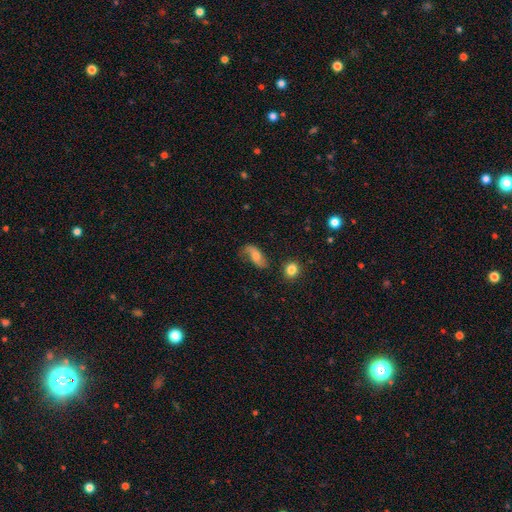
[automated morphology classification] The model was most divided on "smooth or featured": featured or disk: 51%, smooth: 40%, star or artifact: 8%. More confident: edge-on disk — no (91%); merging — none (54%).